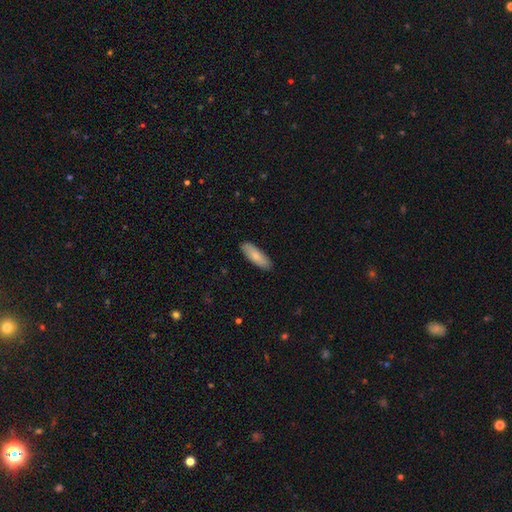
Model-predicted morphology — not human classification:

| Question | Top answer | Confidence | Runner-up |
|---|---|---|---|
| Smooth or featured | smooth | 81% | featured or disk (14%) |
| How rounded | in between | 61% | cigar-shaped (37%) |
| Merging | none | 89% | minor disturbance (9%) |